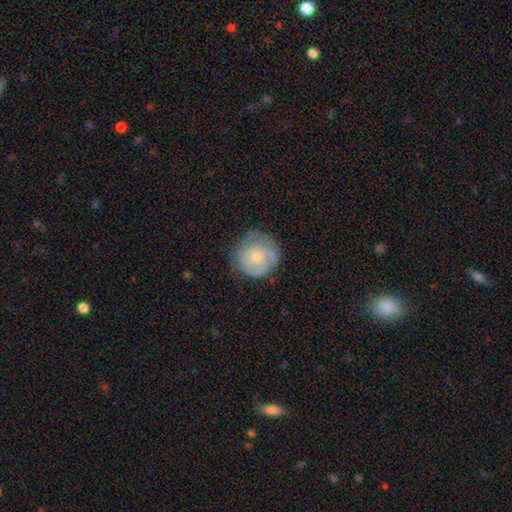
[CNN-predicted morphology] featured or disk 58%, smooth 36%, star or artifact 7%. Down the decision tree: edge-on disk — no (98%); bar — no (78%); spiral arms — yes (84%); bulge size — small (47%); merging — none (74%).